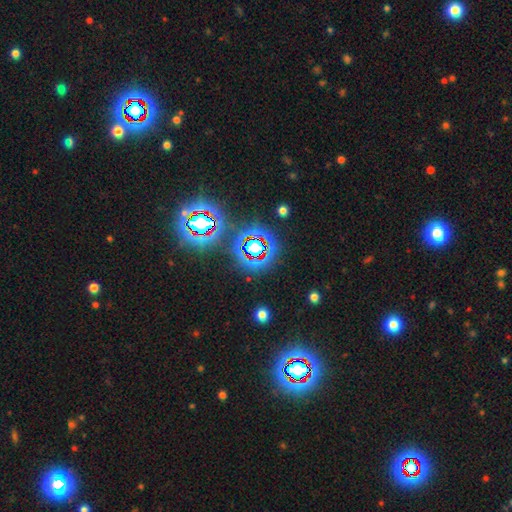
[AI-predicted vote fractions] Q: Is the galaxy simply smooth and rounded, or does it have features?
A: star or artifact — 78%.